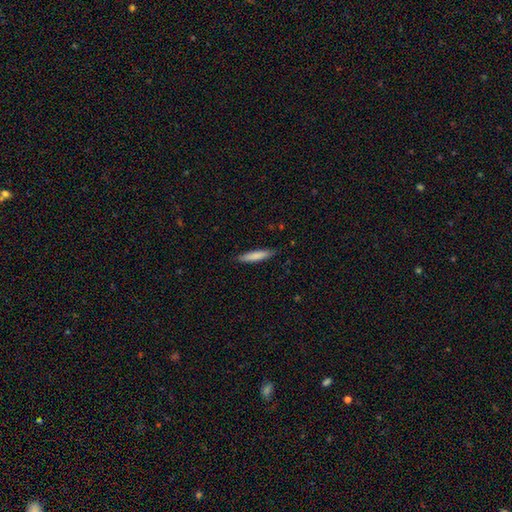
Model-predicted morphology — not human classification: Q: Smooth or featured?
A: smooth (80%); runner-up: featured or disk (15%)
Q: How rounded?
A: cigar-shaped (88%); runner-up: in between (11%)
Q: Merging?
A: none (87%); runner-up: minor disturbance (10%)